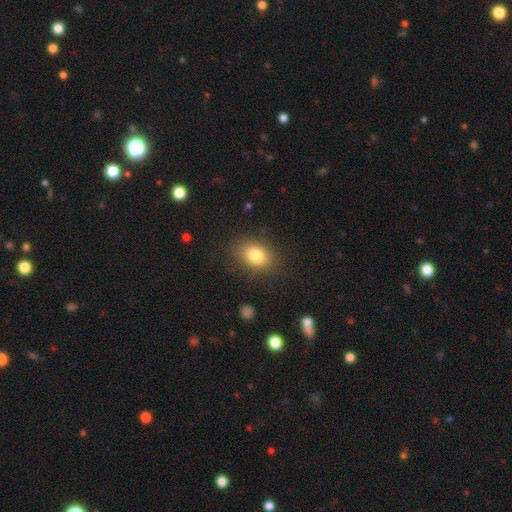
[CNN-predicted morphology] Smooth or featured? smooth (82%)
How rounded? in between (73%)
Merging? none (85%)